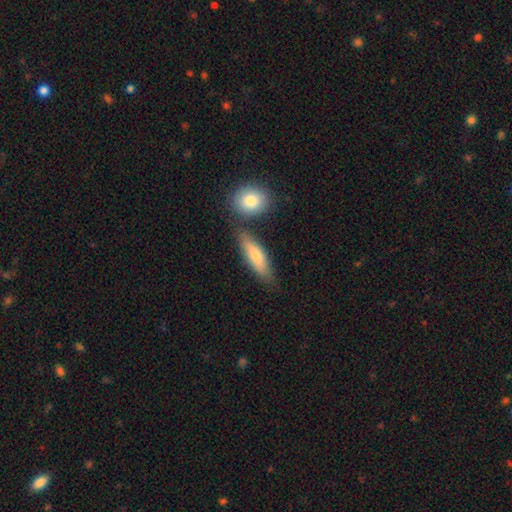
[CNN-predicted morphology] Smooth or featured? smooth (75%)
How rounded? cigar-shaped (55%)
Merging? none (69%)